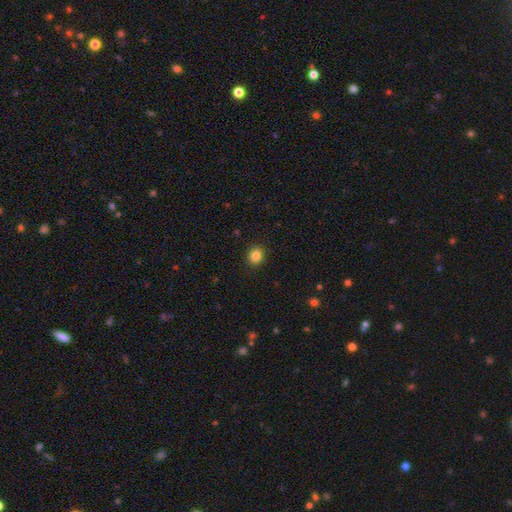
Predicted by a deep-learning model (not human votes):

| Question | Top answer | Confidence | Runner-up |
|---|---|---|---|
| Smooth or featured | smooth | 84% | star or artifact (11%) |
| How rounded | round | 78% | in between (21%) |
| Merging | none | 91% | minor disturbance (6%) |